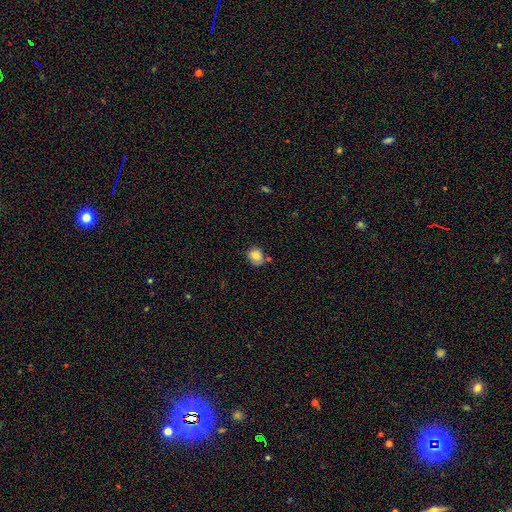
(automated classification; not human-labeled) smooth 83%, star or artifact 10%, featured or disk 7%. Down the decision tree: how rounded — round (71%); merging — none (69%).